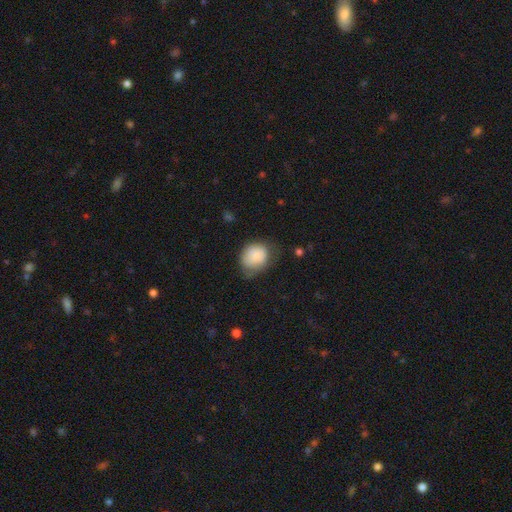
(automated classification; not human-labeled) Smooth or featured: smooth — 81% (featured or disk — 12%)
How rounded: round — 59% (in between — 40%)
Merging: none — 47% (minor disturbance — 36%)